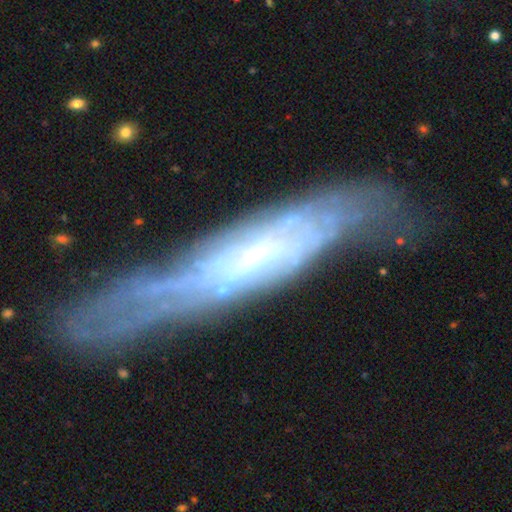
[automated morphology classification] type=featured or disk (78%); edge-on=no (53%); merging=none (63%).